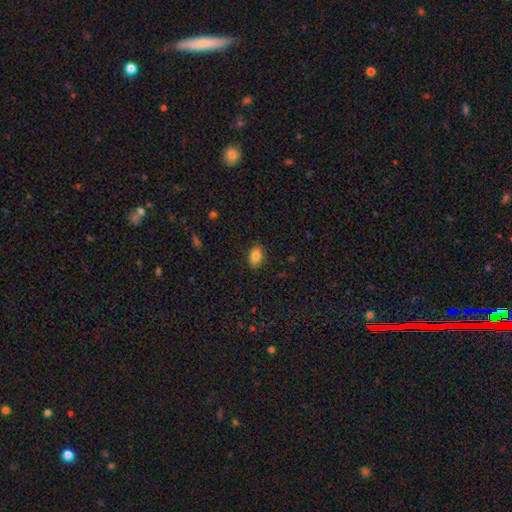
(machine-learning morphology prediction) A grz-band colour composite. It shows a smooth galaxy with no disk features (85%) that is in between round and cigar-shaped (89%). Merging: none (86%).